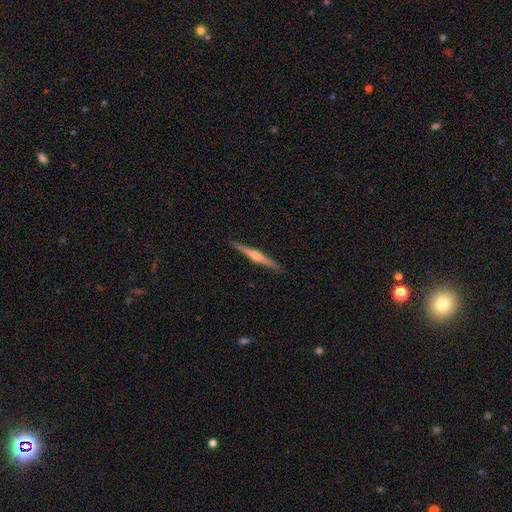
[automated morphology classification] Q: Smooth or featured?
A: featured or disk (66%); runner-up: smooth (29%)
Q: Edge-on disk?
A: yes (98%); runner-up: no (2%)
Q: Edge-on bulge?
A: rounded (70%); runner-up: none (17%)
Q: Merging?
A: none (91%); runner-up: minor disturbance (6%)